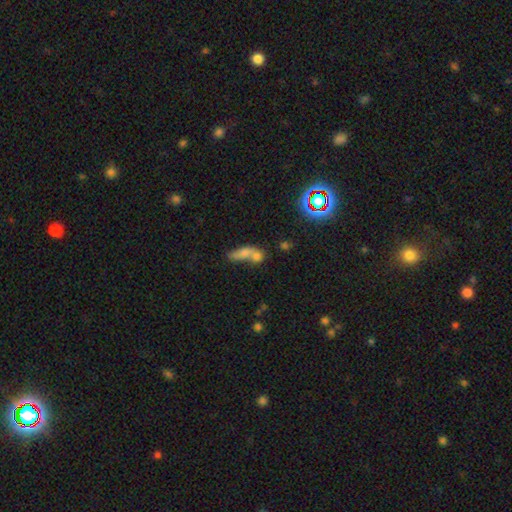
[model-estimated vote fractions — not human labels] Smooth or featured? smooth (64%)
How rounded? in between (56%)
Merging? merger (58%)